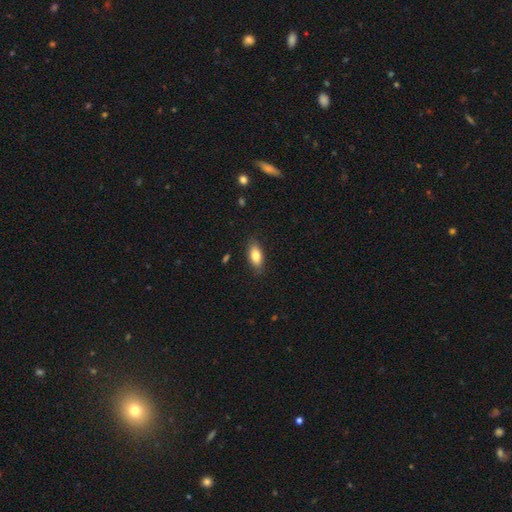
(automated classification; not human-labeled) Smooth or featured? Predicted: smooth (p=0.80). How rounded? Predicted: in between (p=0.86). Merging? Predicted: none (p=0.84).